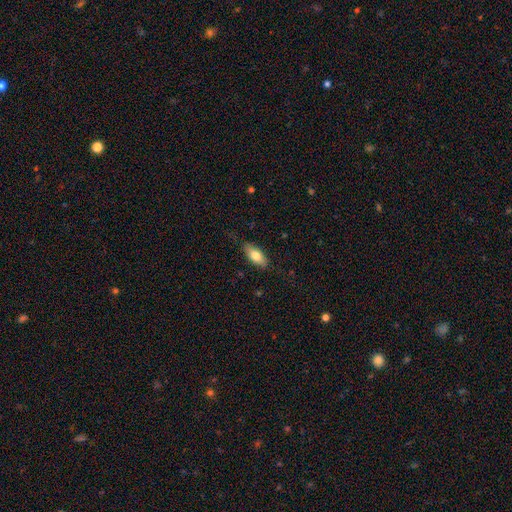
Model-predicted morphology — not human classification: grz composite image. It shows a smooth galaxy with no disk features (75%) that is in between round and cigar-shaped (84%). Merging: none (80%).